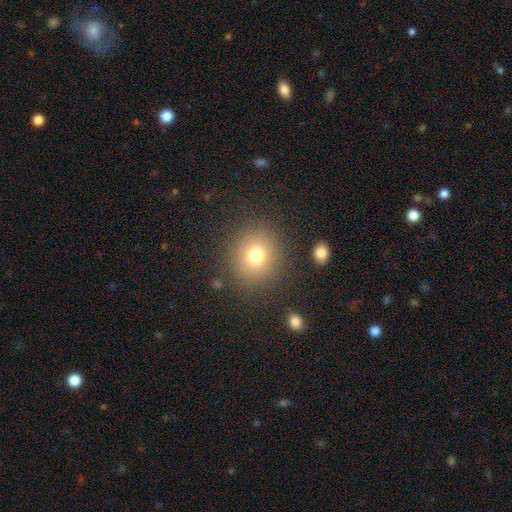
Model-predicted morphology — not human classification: smooth_or_featured: smooth (p=0.76) [alt: star or artifact p=0.14]
how_rounded: round (p=0.83) [alt: in between p=0.16]
merging: none (p=0.87) [alt: minor disturbance p=0.08]